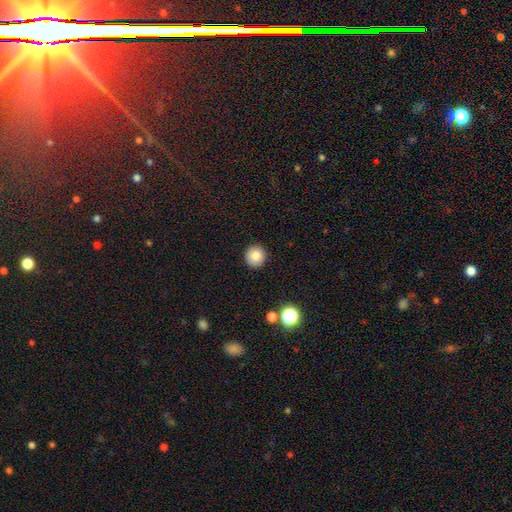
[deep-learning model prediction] Smooth or featured? Predicted: smooth (p=0.82). How rounded? Predicted: round (p=0.94). Merging? Predicted: none (p=0.92).